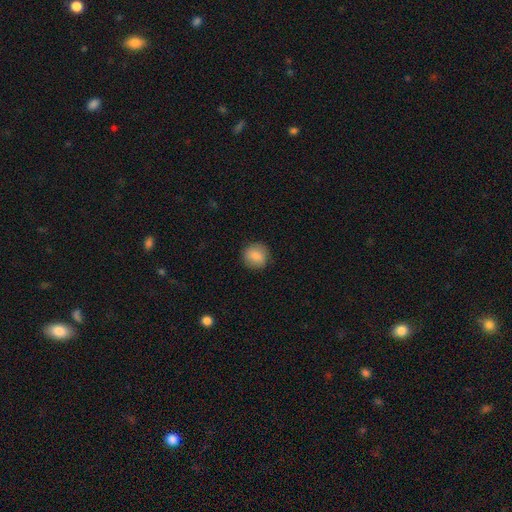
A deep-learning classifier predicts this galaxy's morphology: A smooth galaxy with no disk features (86%) that is round (89%). Merging: none (88%).